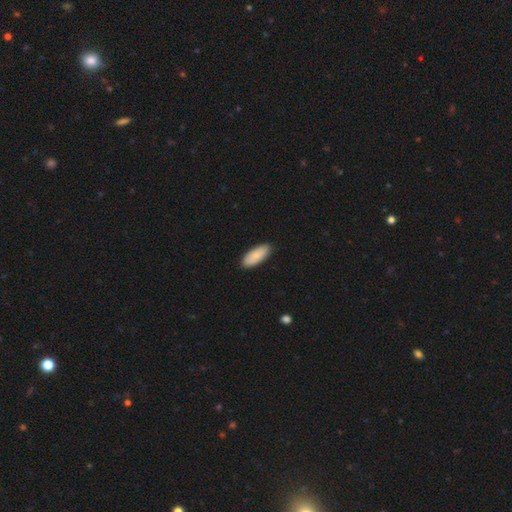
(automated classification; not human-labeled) Smooth or featured? Predicted: smooth (p=0.87). How rounded? Predicted: in between (p=0.82). Merging? Predicted: none (p=0.89).